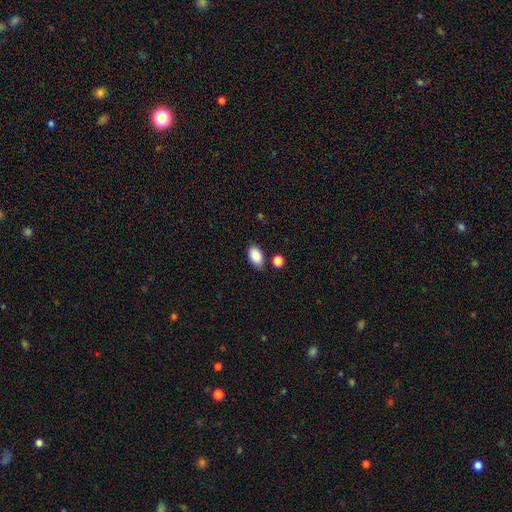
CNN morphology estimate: A smooth galaxy with no disk features (88%) that is in between round and cigar-shaped (92%).

Vote fractions:
- Smooth or featured? smooth: 88% / star or artifact: 8% / featured or disk: 5%
- How rounded? in between: 92% / round: 7% / cigar-shaped: 1%
- Merging? none: 76% / minor disturbance: 15% / merger: 6% / major disturbance: 3%